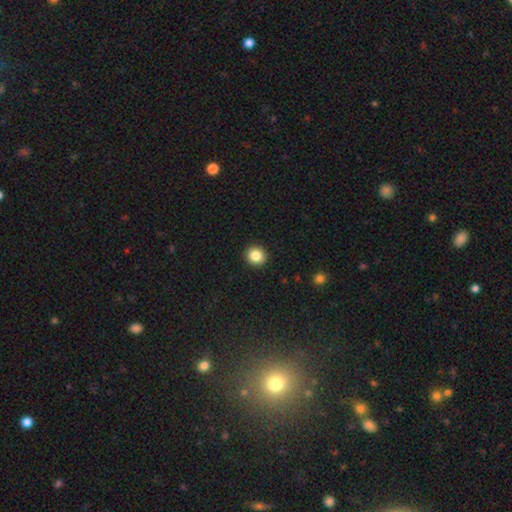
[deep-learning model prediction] Smooth or featured?
  - smooth: 86% *
  - star or artifact: 10%
  - featured or disk: 4%
How rounded?
  - round: 90% *
  - in between: 9%
  - cigar-shaped: 1%
Merging?
  - none: 93% *
  - minor disturbance: 5%
  - major disturbance: 2%
  - merger: 1%